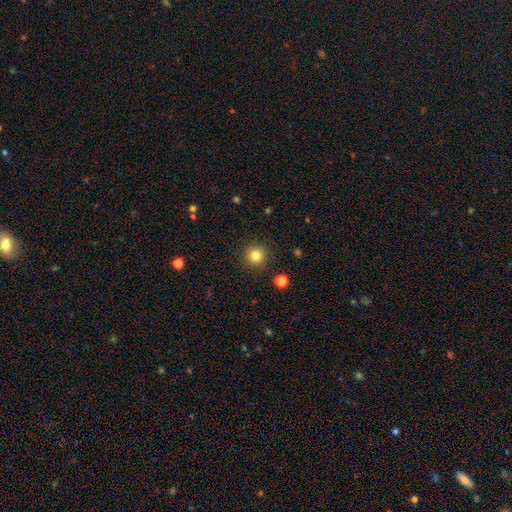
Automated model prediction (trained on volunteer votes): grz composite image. It shows a smooth galaxy with no disk features (82%) that is round (94%). Merging: none (91%).